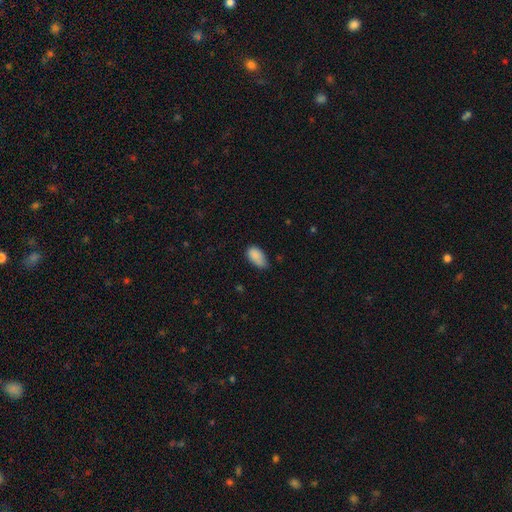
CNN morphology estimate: A smooth galaxy with no disk features (86%) that is in between round and cigar-shaped (93%).

Vote fractions:
- Smooth or featured? smooth: 86% / star or artifact: 8% / featured or disk: 6%
- How rounded? in between: 93% / round: 5% / cigar-shaped: 3%
- Merging? none: 48% / minor disturbance: 40% / major disturbance: 8% / merger: 3%